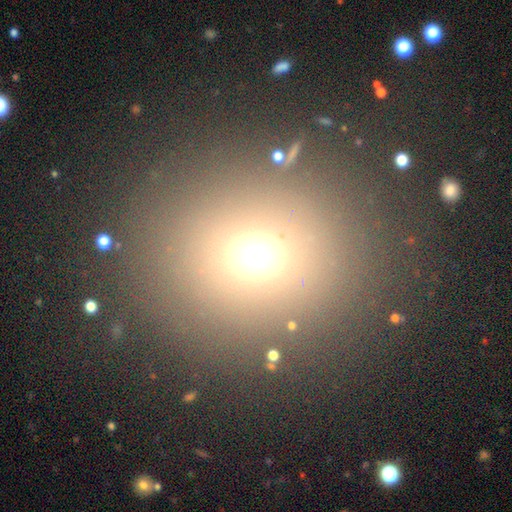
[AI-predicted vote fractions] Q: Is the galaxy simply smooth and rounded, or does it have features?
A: smooth — 64%.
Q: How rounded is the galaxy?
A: round — 82%.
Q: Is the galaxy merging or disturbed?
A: none — 84%.